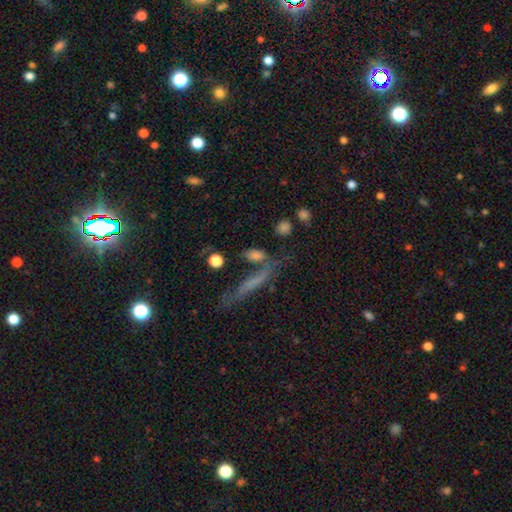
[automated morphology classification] A smooth galaxy with no disk features (65%) that is in between round and cigar-shaped (47%).

Vote fractions:
- Smooth or featured? smooth: 65% / featured or disk: 21% / star or artifact: 14%
- How rounded? in between: 47% / cigar-shaped: 33% / round: 21%
- Merging? none: 51% / merger: 23% / minor disturbance: 15% / major disturbance: 11%